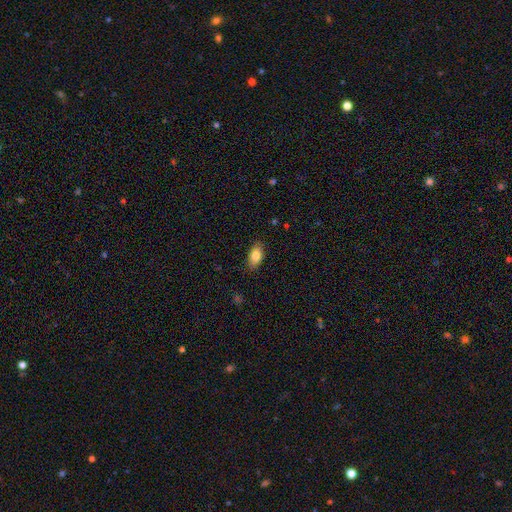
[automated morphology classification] type=smooth (83%); roundness=in between (90%); merging=none (86%).